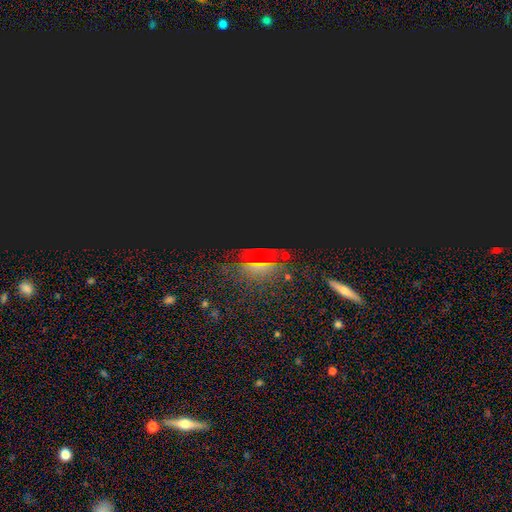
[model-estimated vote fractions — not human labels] Smooth or featured: star or artifact — 59% (featured or disk — 21%)